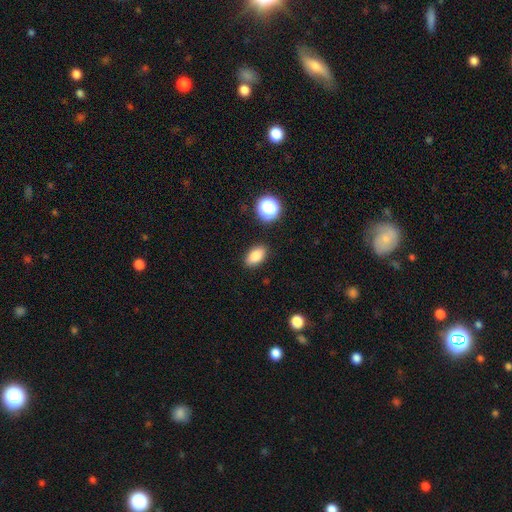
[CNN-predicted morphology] smooth-or-featured: smooth: 83% | star or artifact: 10% | featured or disk: 7%
  how-rounded: in between: 89% | round: 9% | cigar-shaped: 3%
  merging: none: 87% | minor disturbance: 9% | major disturbance: 2% | merger: 2%